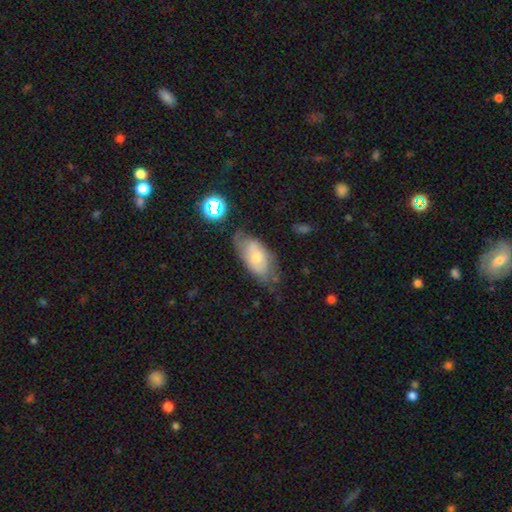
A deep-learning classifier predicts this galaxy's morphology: A smooth galaxy with no disk features (50%) that is in between round and cigar-shaped (88%).

Vote fractions:
- Smooth or featured? smooth: 50% / featured or disk: 40% / star or artifact: 10%
- How rounded? in between: 88% / cigar-shaped: 8% / round: 4%
- Merging? none: 56% / minor disturbance: 29% / major disturbance: 11% / merger: 4%